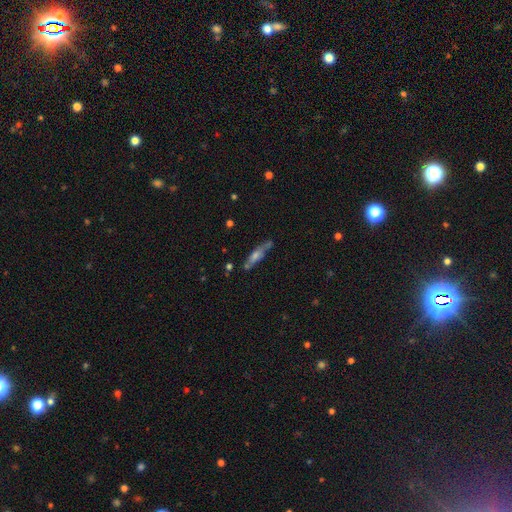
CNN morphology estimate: Smooth or featured?
  - featured or disk: 53% *
  - smooth: 37%
  - star or artifact: 9%
Edge-on disk?
  - yes: 75% *
  - no: 25%
Merging?
  - none: 65% *
  - minor disturbance: 21%
  - merger: 7%
  - major disturbance: 7%